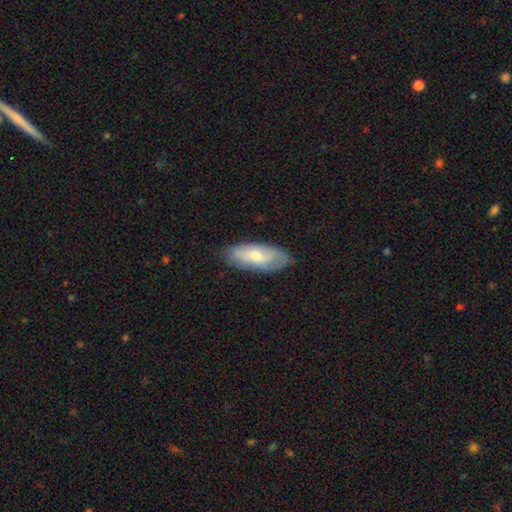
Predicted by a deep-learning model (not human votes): Q: Smooth or featured?
A: smooth (58%); runner-up: featured or disk (36%)
Q: How rounded?
A: in between (81%); runner-up: cigar-shaped (17%)
Q: Merging?
A: none (77%); runner-up: minor disturbance (18%)